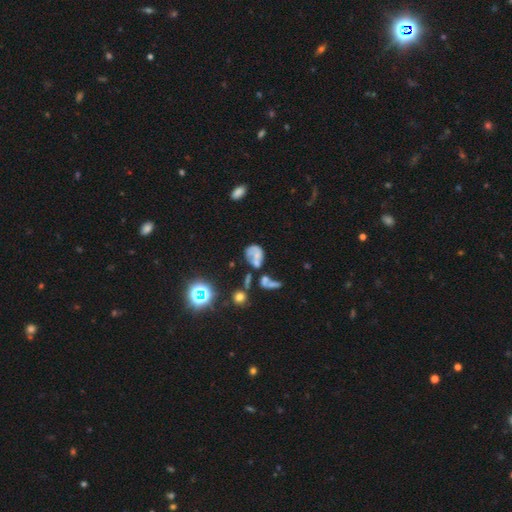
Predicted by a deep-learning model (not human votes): The model was most divided on "smooth or featured": featured or disk: 42%, smooth: 40%, star or artifact: 18%. Remaining: merging — merger (39%).